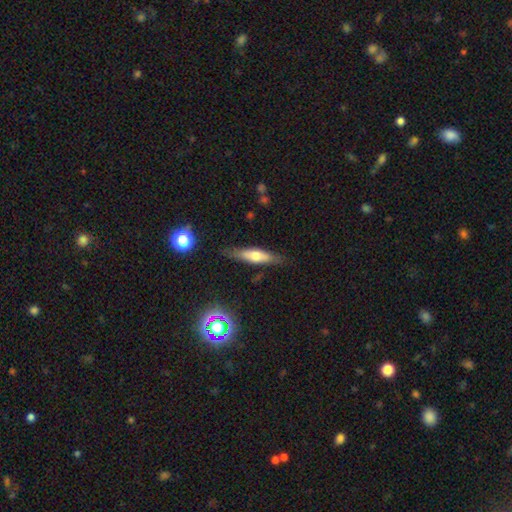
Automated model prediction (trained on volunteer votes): A smooth galaxy with no disk features (49%).

Vote fractions:
- Smooth or featured? smooth: 49% / featured or disk: 43% / star or artifact: 7%
- Merging? none: 80% / minor disturbance: 15% / major disturbance: 3% / merger: 2%